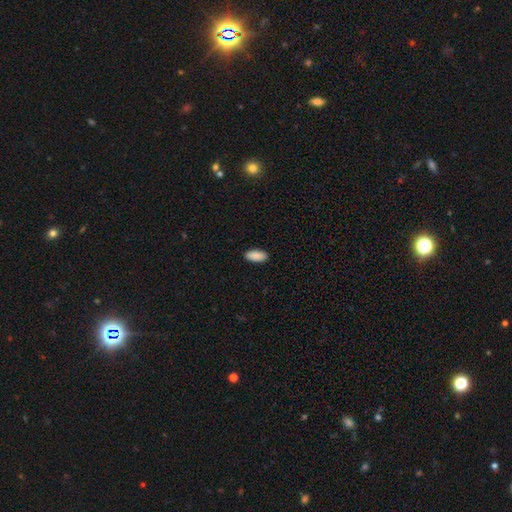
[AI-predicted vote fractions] Smooth or featured?
  - smooth: 91% *
  - star or artifact: 6%
  - featured or disk: 3%
How rounded?
  - in between: 90% *
  - cigar-shaped: 8%
  - round: 2%
Merging?
  - none: 91% *
  - minor disturbance: 7%
  - major disturbance: 2%
  - merger: 1%